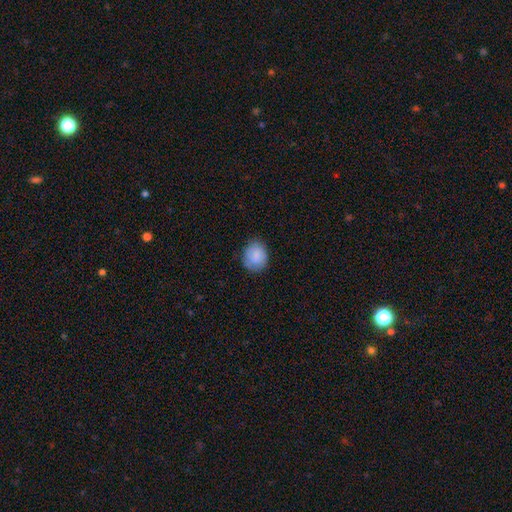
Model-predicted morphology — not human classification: smooth 84%, featured or disk 9%, star or artifact 7%. Down the decision tree: how rounded — round (62%); merging — none (78%).